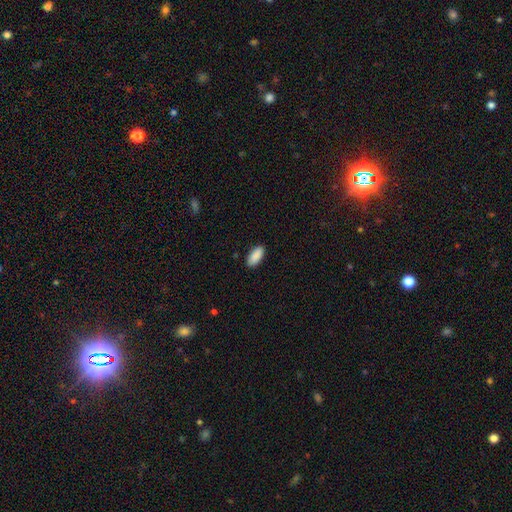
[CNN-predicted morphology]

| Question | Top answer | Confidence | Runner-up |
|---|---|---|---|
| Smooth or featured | smooth | 91% | star or artifact (6%) |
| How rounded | in between | 89% | cigar-shaped (9%) |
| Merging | none | 89% | minor disturbance (8%) |